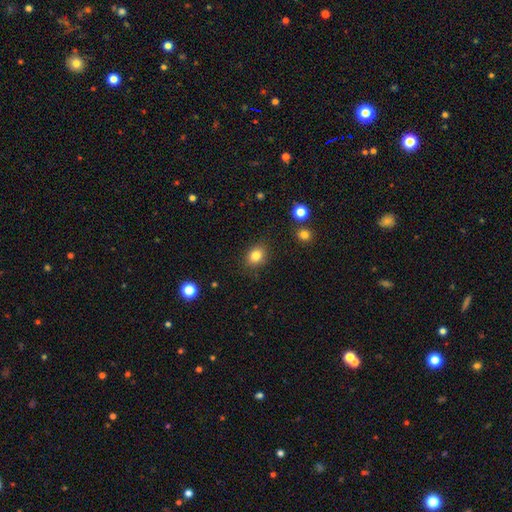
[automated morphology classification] Smooth or featured?
  - smooth: 83% *
  - star or artifact: 11%
  - featured or disk: 6%
How rounded?
  - round: 53% *
  - in between: 46%
  - cigar-shaped: 1%
Merging?
  - none: 86% *
  - minor disturbance: 10%
  - major disturbance: 3%
  - merger: 2%